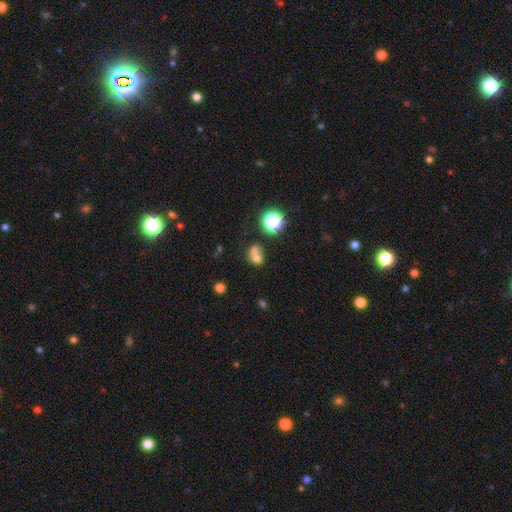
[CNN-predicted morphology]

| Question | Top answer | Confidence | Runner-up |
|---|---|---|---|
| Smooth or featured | smooth | 65% | star or artifact (19%) |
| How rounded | round | 57% | in between (42%) |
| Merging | merger | 56% | none (28%) |